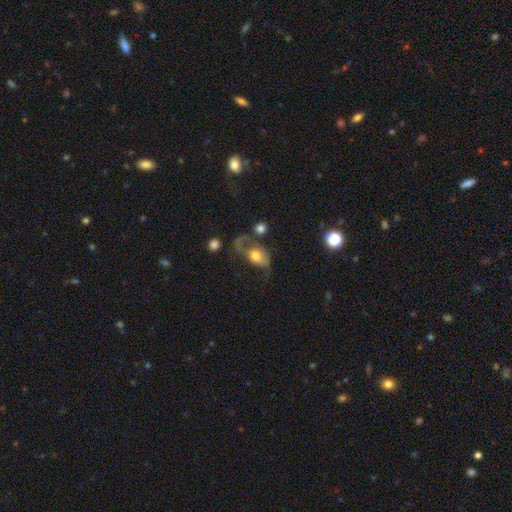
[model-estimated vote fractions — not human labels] A smooth galaxy with no disk features (56%) that is in between round and cigar-shaped (80%). Merging: major disturbance (43%).